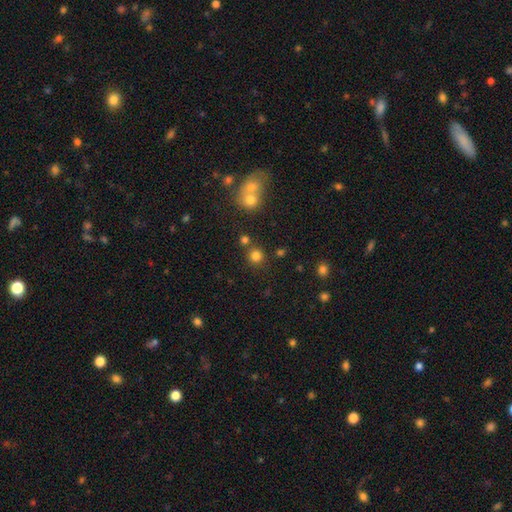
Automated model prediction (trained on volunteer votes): A smooth galaxy with no disk features (79%) that is round (92%).

Vote fractions:
- Smooth or featured? smooth: 79% / star or artifact: 16% / featured or disk: 5%
- How rounded? round: 92% / in between: 7% / cigar-shaped: 1%
- Merging? none: 78% / merger: 12% / minor disturbance: 7% / major disturbance: 3%